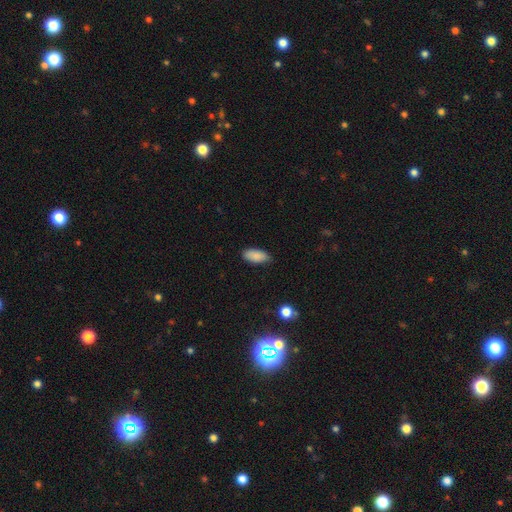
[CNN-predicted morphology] The model was most divided on "merging": none: 82%, minor disturbance: 14%, major disturbance: 2%, merger: 1%. More confident: how rounded — in between (89%); smooth or featured — smooth (88%).